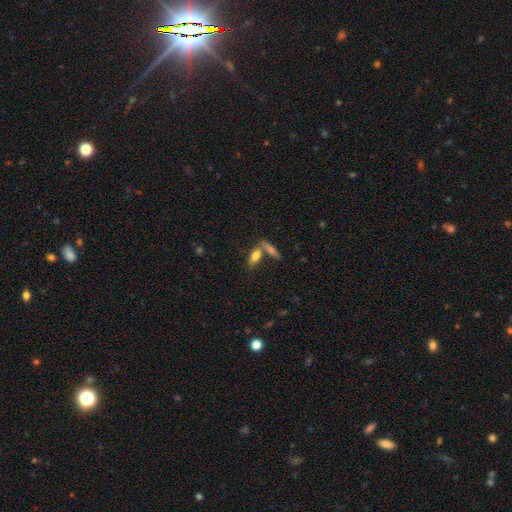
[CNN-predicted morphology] Overall: smooth (72%). How rounded: in between (69%). Merging: none (46%; merger 40%).